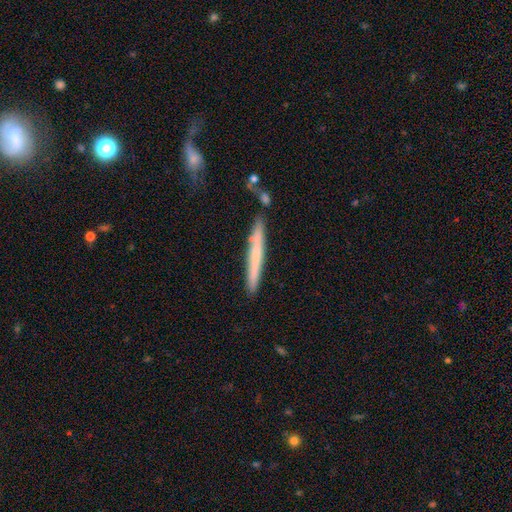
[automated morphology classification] smooth_or_featured: smooth (p=0.56) [alt: featured or disk p=0.38]
how_rounded: cigar-shaped (p=0.97) [alt: in between p=0.02]
merging: none (p=0.82) [alt: minor disturbance p=0.11]